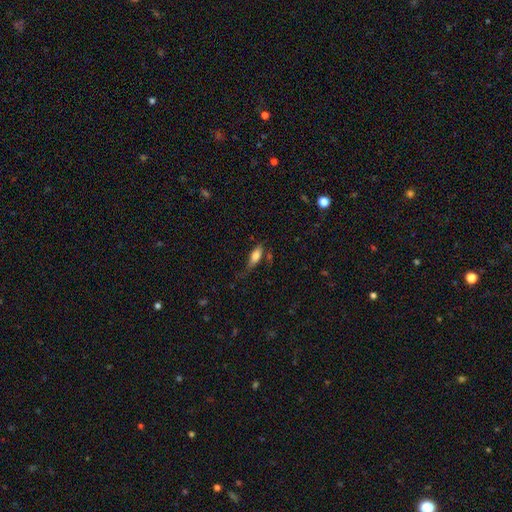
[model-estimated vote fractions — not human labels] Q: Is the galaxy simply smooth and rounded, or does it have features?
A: smooth — 75%.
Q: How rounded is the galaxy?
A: in between — 71%.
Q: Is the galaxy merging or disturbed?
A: none — 53%.